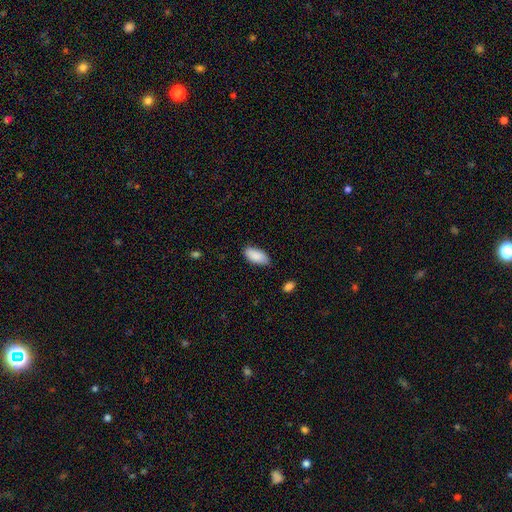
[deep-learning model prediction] Morphology: type=smooth (89%); roundness=in between (91%); merging=none (81%).